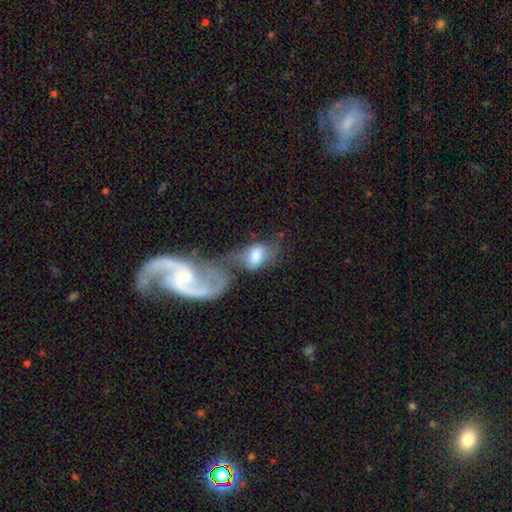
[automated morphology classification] smooth 58%, featured or disk 34%, star or artifact 8%. Down the decision tree: how rounded — in between (84%); merging — merger (55%).